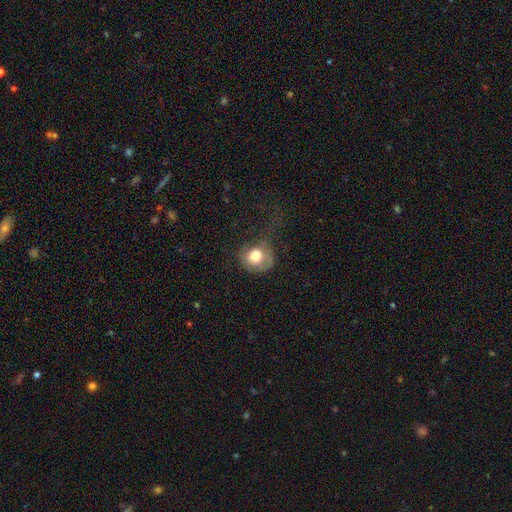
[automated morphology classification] This appears to be a smooth galaxy with no disk features (74%) that is round (74%). Merging: none (36%).